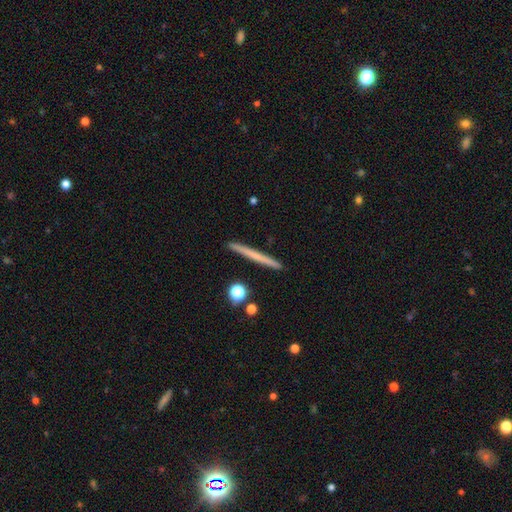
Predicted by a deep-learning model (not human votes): Q: Smooth or featured?
A: smooth (52%); runner-up: featured or disk (42%)
Q: How rounded?
A: cigar-shaped (96%); runner-up: in between (2%)
Q: Merging?
A: none (92%); runner-up: minor disturbance (5%)